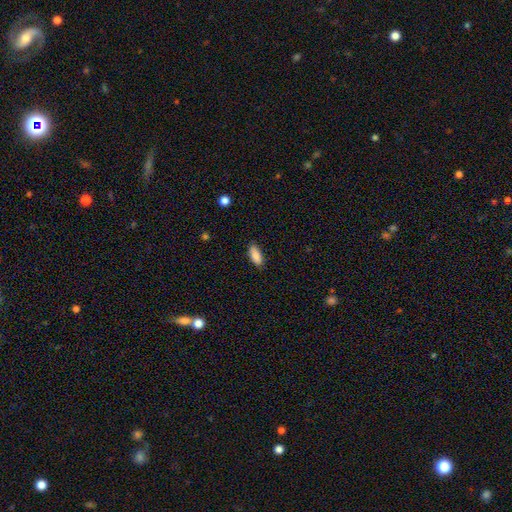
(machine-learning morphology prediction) Smooth or featured: smooth — 89% (star or artifact — 7%)
How rounded: in between — 86% (cigar-shaped — 12%)
Merging: none — 84% (minor disturbance — 12%)